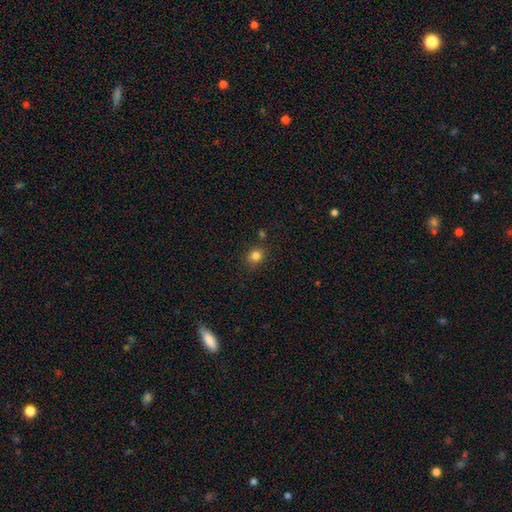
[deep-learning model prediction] Smooth or featured: smooth — 82% (star or artifact — 13%)
How rounded: round — 76% (in between — 23%)
Merging: none — 80% (minor disturbance — 12%)